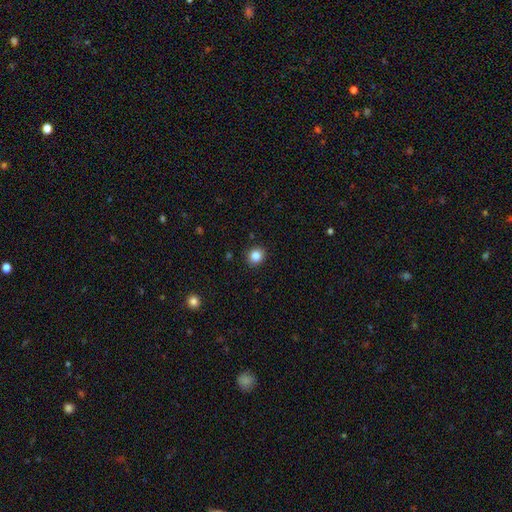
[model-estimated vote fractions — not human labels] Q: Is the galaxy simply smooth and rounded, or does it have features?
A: smooth — 84%.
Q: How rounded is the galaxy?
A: round — 81%.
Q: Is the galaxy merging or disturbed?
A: none — 91%.